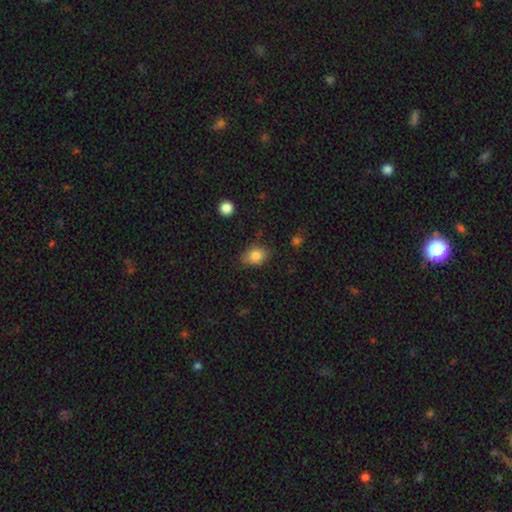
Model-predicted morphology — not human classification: Smooth or featured? Predicted: smooth (p=0.82). How rounded? Predicted: in between (p=0.66). Merging? Predicted: none (p=0.70).